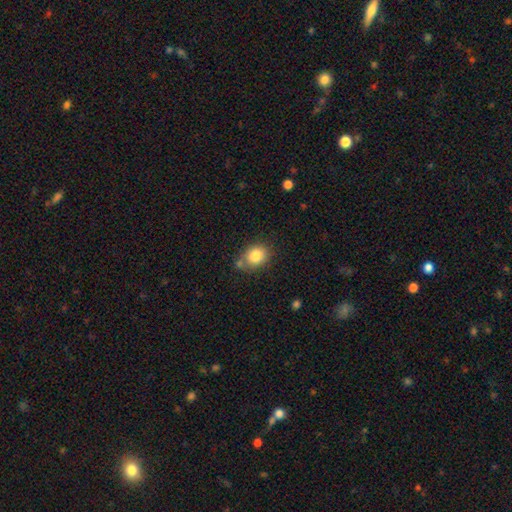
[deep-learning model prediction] smooth_or_featured: smooth (p=0.83) [alt: star or artifact p=0.09]
how_rounded: round (p=0.54) [alt: in between p=0.45]
merging: none (p=0.67) [alt: minor disturbance p=0.18]